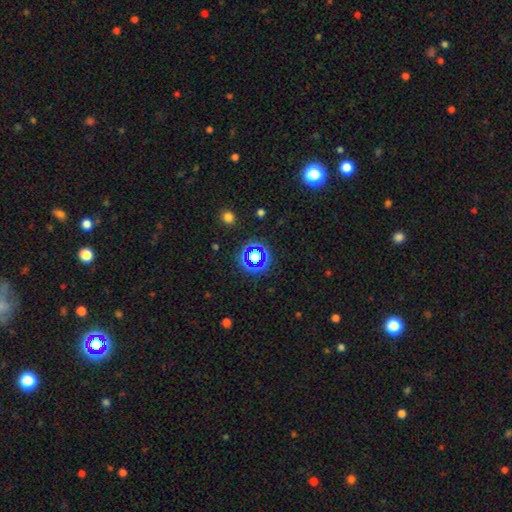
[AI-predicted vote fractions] Morphology: type=star or artifact (61%).